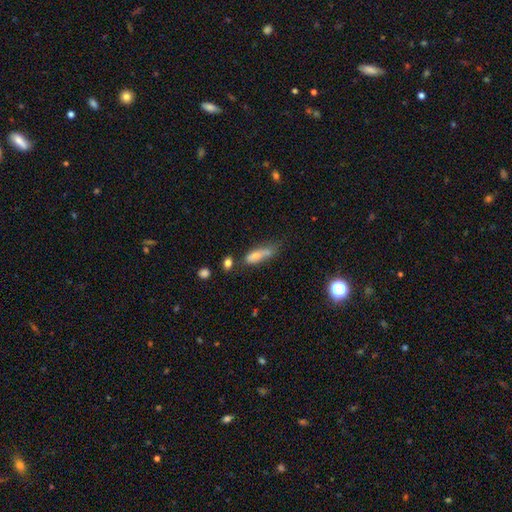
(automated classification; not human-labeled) smooth 61%, featured or disk 25%, star or artifact 13%. Down the decision tree: how rounded — cigar-shaped (50%); merging — none (36%).